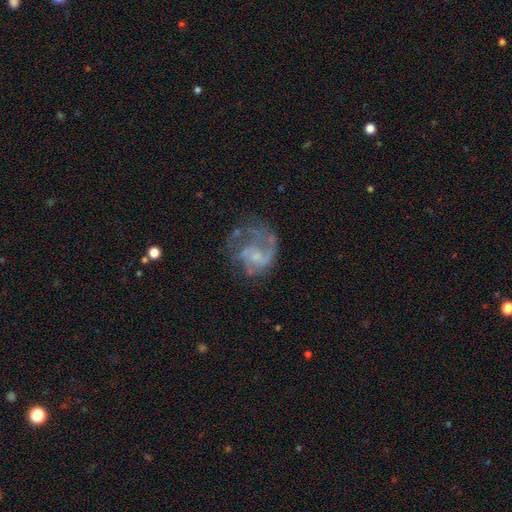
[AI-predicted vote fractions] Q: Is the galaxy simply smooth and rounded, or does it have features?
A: featured or disk — 78%.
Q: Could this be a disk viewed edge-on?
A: no — 98%.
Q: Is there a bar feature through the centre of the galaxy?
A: no — 66%.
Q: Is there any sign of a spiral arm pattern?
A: yes — 84%.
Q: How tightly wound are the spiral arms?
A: medium — 45%.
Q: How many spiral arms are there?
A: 2 — 35%.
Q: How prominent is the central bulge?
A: small — 49%.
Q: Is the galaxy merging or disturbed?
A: none — 44%.